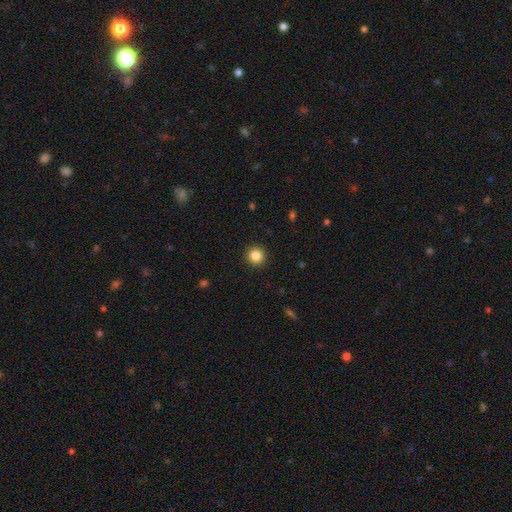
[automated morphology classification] Smooth or featured: smooth — 86% (star or artifact — 10%)
How rounded: round — 95% (in between — 4%)
Merging: none — 93% (minor disturbance — 5%)